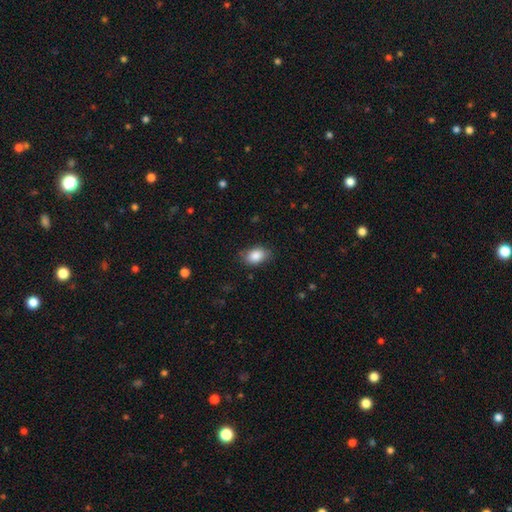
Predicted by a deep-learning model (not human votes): Morphology: type=smooth (87%); roundness=in between (84%); merging=none (78%).